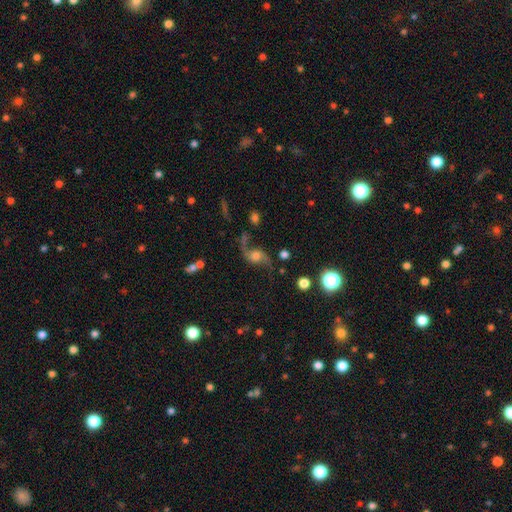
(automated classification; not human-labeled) This is likely a featured or disk galaxy (80%). It is clearly not viewed edge-on (96%). Bar: likely no (68%). Spiral arm pattern: clearly yes (95%). Spiral arm count: clearly 2 (92%). Spiral winding: clearly loose (89%). Central bulge: possibly moderate (47%). Merging: likely none (65%).